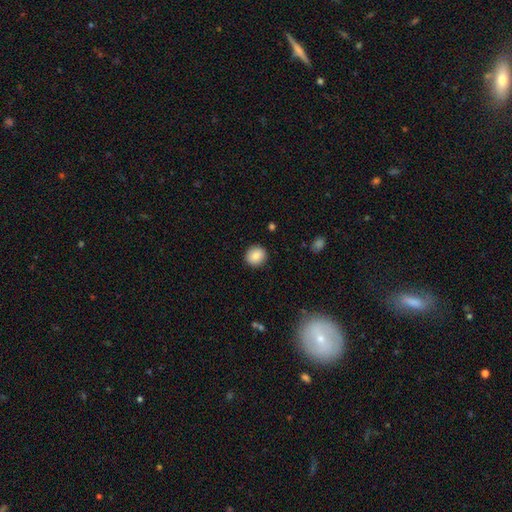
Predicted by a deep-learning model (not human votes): Morphology: type=smooth (86%); roundness=round (86%); merging=none (91%).